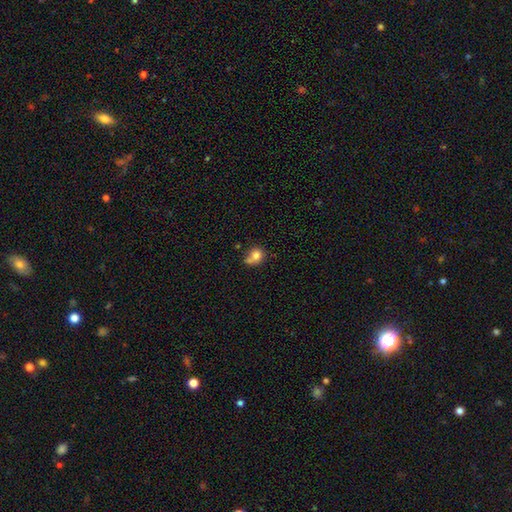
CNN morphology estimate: Overall: smooth (78%). How rounded: round (71%). Merging: none (42%; merger 25%).